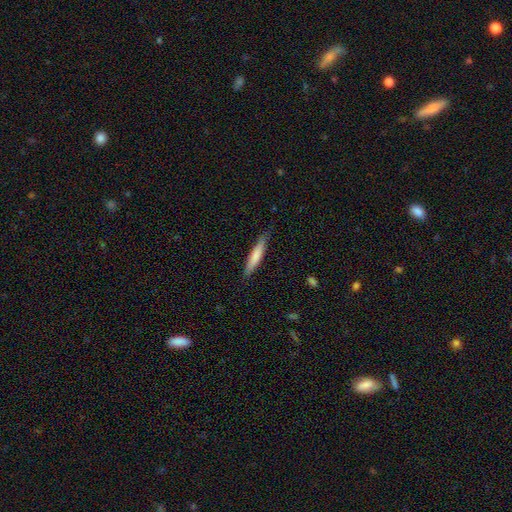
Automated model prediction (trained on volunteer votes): This appears to be a smooth galaxy with no disk features (74%) that is cigar-shaped (90%). Merging: none (85%).